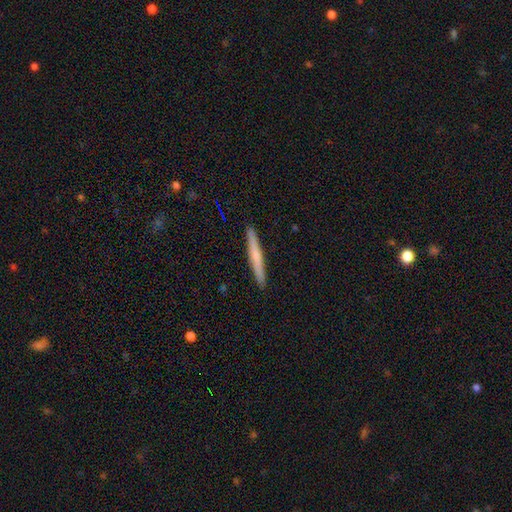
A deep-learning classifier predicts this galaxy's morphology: A smooth galaxy with no disk features (55%) that is cigar-shaped (97%).

Vote fractions:
- Smooth or featured? smooth: 55% / featured or disk: 39% / star or artifact: 6%
- How rounded? cigar-shaped: 97% / in between: 2% / round: 1%
- Merging? none: 93% / minor disturbance: 5% / major disturbance: 1% / merger: 1%